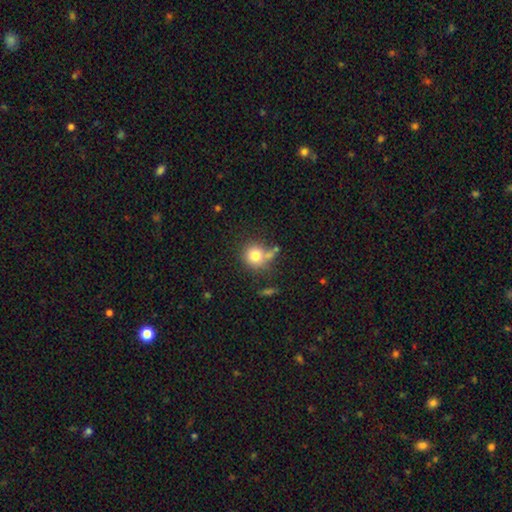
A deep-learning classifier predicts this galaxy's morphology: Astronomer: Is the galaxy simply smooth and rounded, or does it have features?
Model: smooth — 79%.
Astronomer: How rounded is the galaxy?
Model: round — 88%.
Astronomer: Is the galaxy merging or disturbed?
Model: none — 59%.